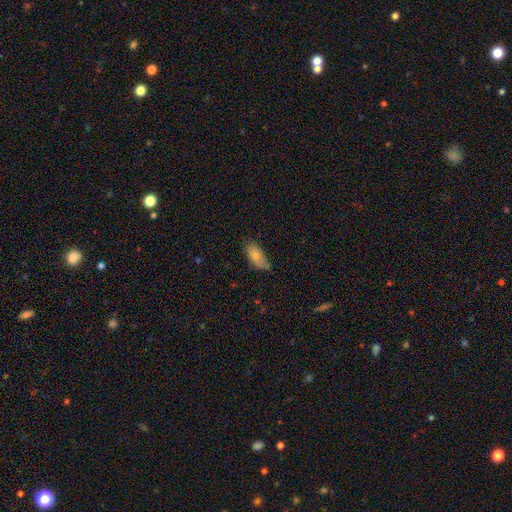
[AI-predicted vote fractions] smooth-or-featured: smooth: 77% | featured or disk: 15% | star or artifact: 7%
  how-rounded: in between: 89% | cigar-shaped: 8% | round: 3%
  merging: none: 62% | minor disturbance: 29% | major disturbance: 5% | merger: 3%